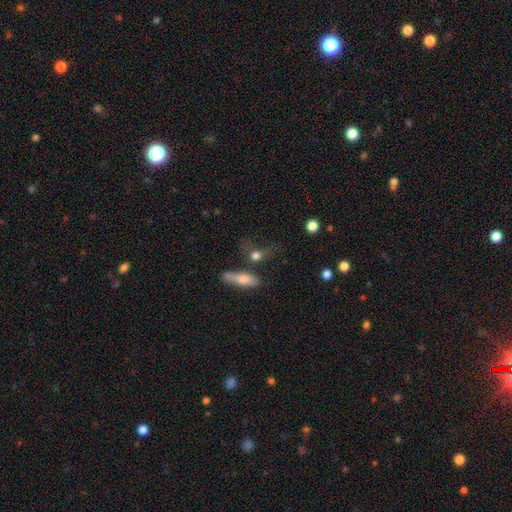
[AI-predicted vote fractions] smooth 70%, featured or disk 18%, star or artifact 12%. Down the decision tree: how rounded — in between (42%); merging — none (49%).